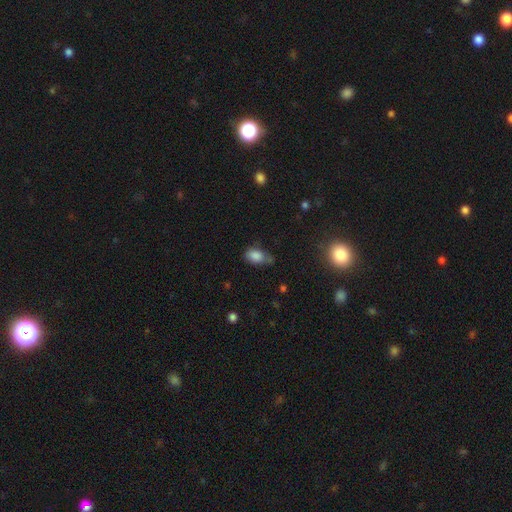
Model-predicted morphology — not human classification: Q: Smooth or featured?
A: smooth (83%); runner-up: star or artifact (10%)
Q: How rounded?
A: in between (86%); runner-up: round (11%)
Q: Merging?
A: none (50%); runner-up: minor disturbance (34%)